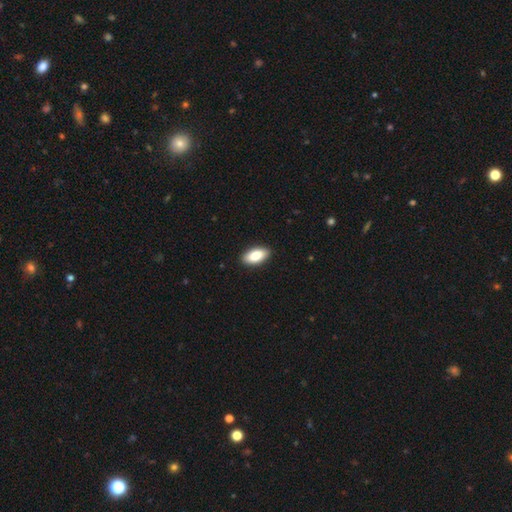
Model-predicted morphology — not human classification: A smooth galaxy with no disk features (83%) that is in between round and cigar-shaped (92%).

Vote fractions:
- Smooth or featured? smooth: 83% / featured or disk: 11% / star or artifact: 6%
- How rounded? in between: 92% / cigar-shaped: 6% / round: 3%
- Merging? none: 91% / minor disturbance: 7% / major disturbance: 2% / merger: 1%